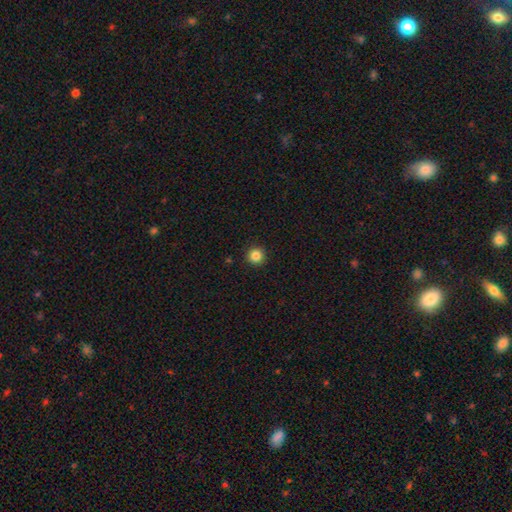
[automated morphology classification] A smooth galaxy with no disk features (85%) that is round (96%).

Vote fractions:
- Smooth or featured? smooth: 85% / star or artifact: 11% / featured or disk: 4%
- How rounded? round: 96% / in between: 3% / cigar-shaped: 1%
- Merging? none: 93% / minor disturbance: 4% / major disturbance: 2% / merger: 1%